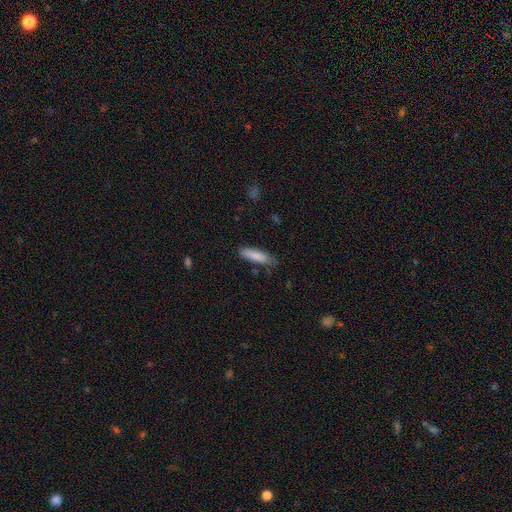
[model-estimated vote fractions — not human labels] Morphology: type=smooth (84%); roundness=cigar-shaped (62%); merging=none (72%).